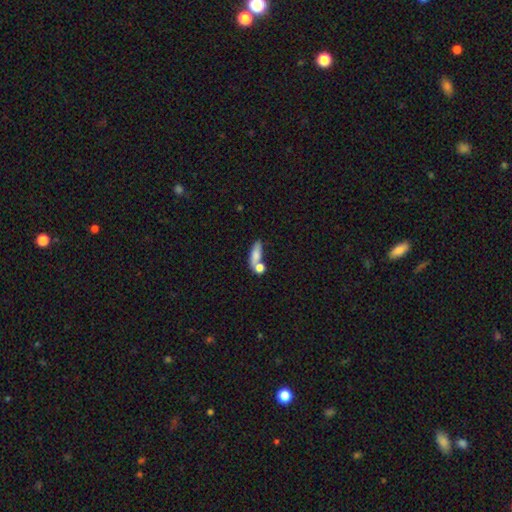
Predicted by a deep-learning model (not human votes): Overall: smooth (75%). How rounded: in between (60%; cigar-shaped 31%). Merging: none (42%; merger 36%).